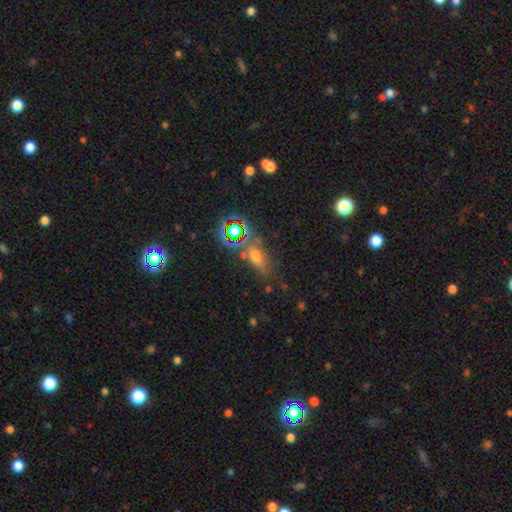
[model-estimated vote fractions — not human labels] Smooth or featured? smooth (52%)
How rounded? in between (64%)
Merging? none (61%)